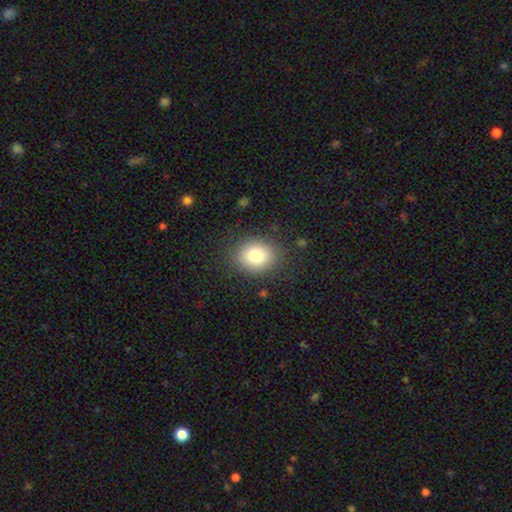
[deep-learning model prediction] smooth_or_featured: smooth (p=0.80) [alt: star or artifact p=0.10]
how_rounded: round (p=0.58) [alt: in between p=0.41]
merging: none (p=0.84) [alt: minor disturbance p=0.11]